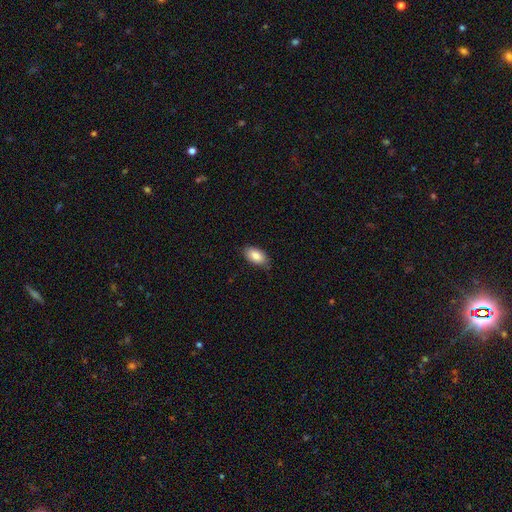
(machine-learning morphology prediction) This is clearly a smooth galaxy (85%). How rounded: clearly in between (93%). Merging: likely none (79%).